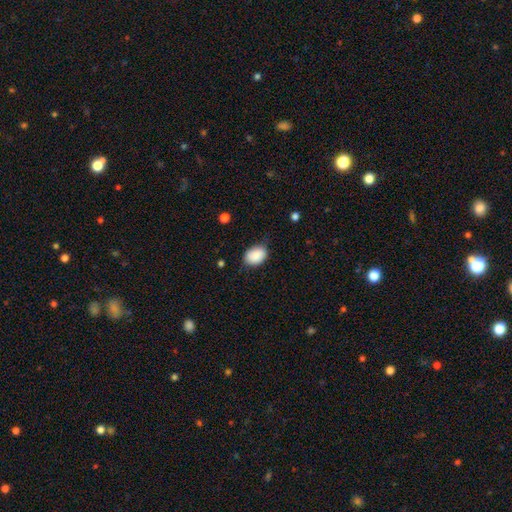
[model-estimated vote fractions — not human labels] Q: Smooth or featured?
A: smooth (89%); runner-up: star or artifact (7%)
Q: How rounded?
A: in between (77%); runner-up: round (22%)
Q: Merging?
A: none (73%); runner-up: minor disturbance (21%)